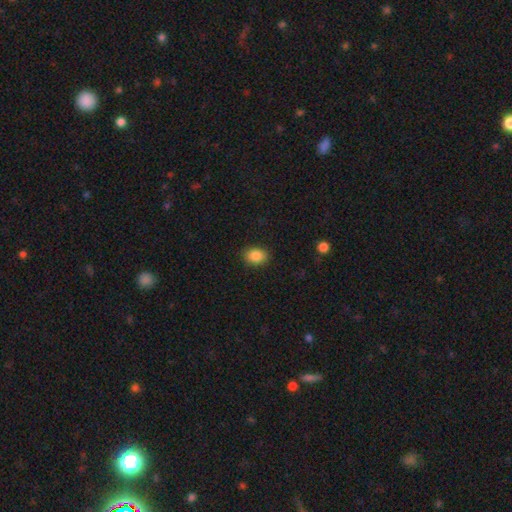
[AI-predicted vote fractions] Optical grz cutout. It shows a smooth galaxy with no disk features (87%) that is in between round and cigar-shaped (64%). Merging: none (87%).